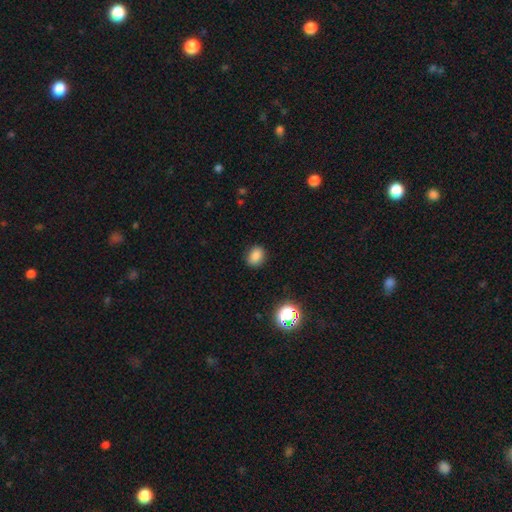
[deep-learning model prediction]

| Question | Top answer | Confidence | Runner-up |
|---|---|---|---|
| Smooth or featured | smooth | 84% | star or artifact (13%) |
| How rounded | in between | 54% | round (44%) |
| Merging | none | 87% | minor disturbance (9%) |